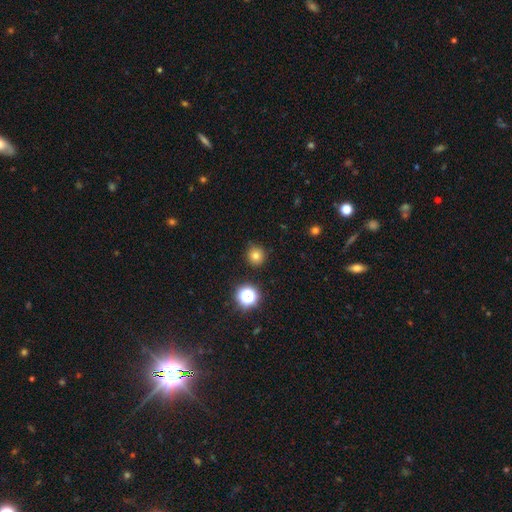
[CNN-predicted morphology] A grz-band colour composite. It shows a smooth galaxy with no disk features (76%) that is round (94%). Merging: none (89%).